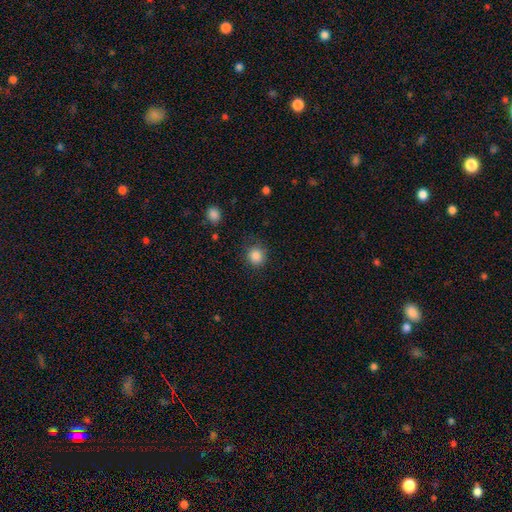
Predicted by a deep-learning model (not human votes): smooth 86%, star or artifact 10%, featured or disk 4%. Down the decision tree: how rounded — round (88%); merging — none (82%).